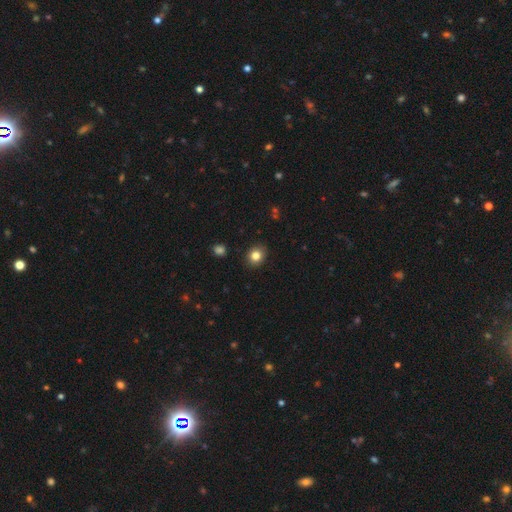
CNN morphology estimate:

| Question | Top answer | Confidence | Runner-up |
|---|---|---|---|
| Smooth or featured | smooth | 82% | star or artifact (11%) |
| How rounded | round | 70% | in between (30%) |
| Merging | none | 90% | minor disturbance (7%) |